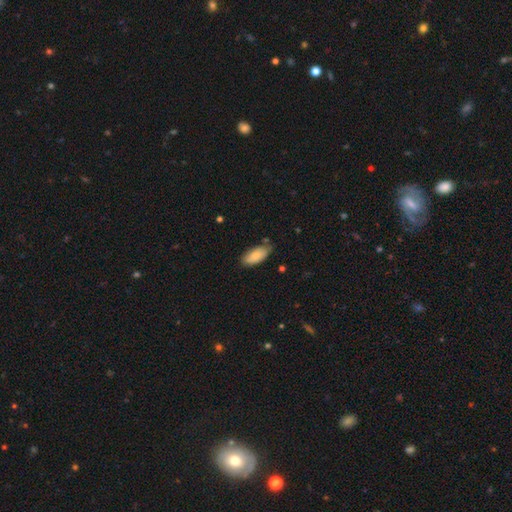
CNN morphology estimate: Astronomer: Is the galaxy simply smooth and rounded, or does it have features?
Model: smooth — 81%.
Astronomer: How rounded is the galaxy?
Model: in between — 90%.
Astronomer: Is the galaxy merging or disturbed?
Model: none — 71%.